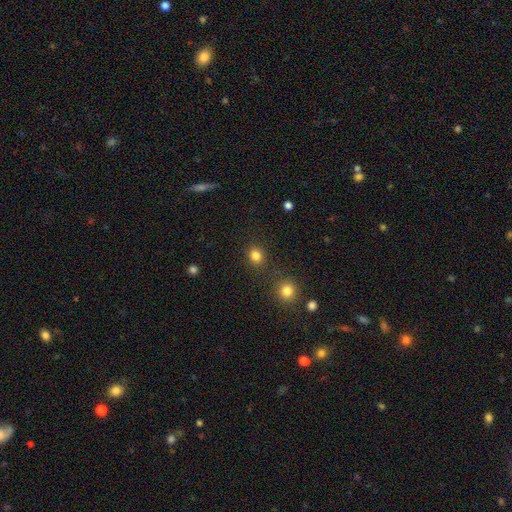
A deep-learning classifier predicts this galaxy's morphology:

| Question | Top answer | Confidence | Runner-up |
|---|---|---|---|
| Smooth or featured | smooth | 83% | star or artifact (13%) |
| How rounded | round | 67% | in between (32%) |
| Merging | none | 83% | minor disturbance (9%) |